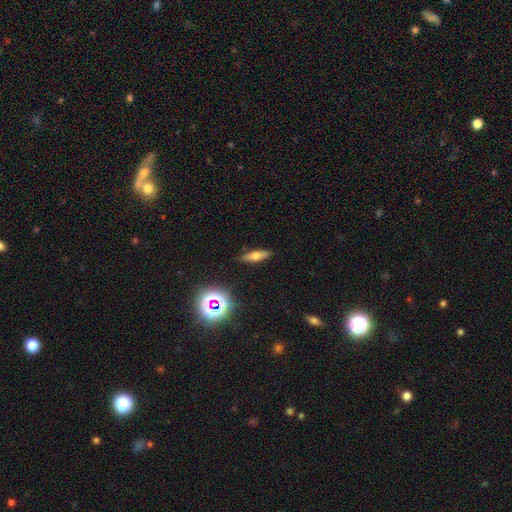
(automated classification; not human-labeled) smooth_or_featured: smooth (p=0.57) [alt: featured or disk p=0.29]
how_rounded: cigar-shaped (p=0.62) [alt: in between p=0.34]
merging: none (p=0.87) [alt: minor disturbance p=0.09]